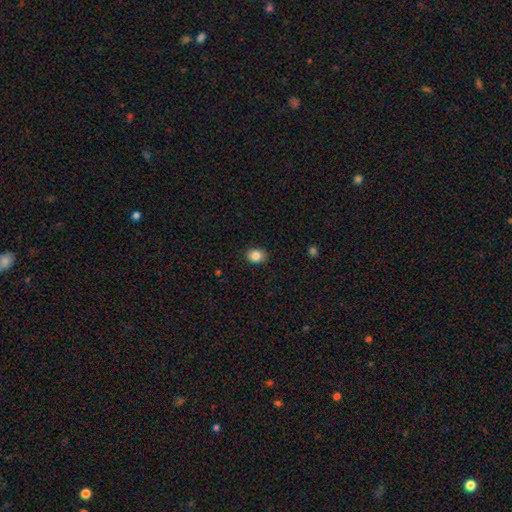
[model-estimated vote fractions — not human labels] Smooth or featured: smooth — 85% (star or artifact — 10%)
How rounded: in between — 51% (round — 48%)
Merging: none — 87% (minor disturbance — 10%)